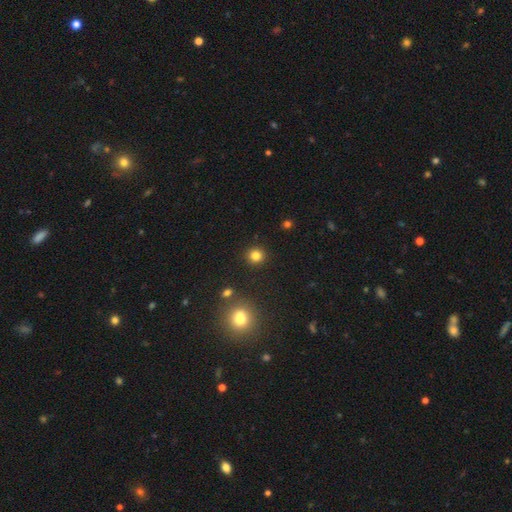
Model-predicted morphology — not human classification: The model was most divided on "smooth or featured": smooth: 82%, star or artifact: 13%, featured or disk: 5%. More confident: how rounded — round (92%); merging — none (91%).